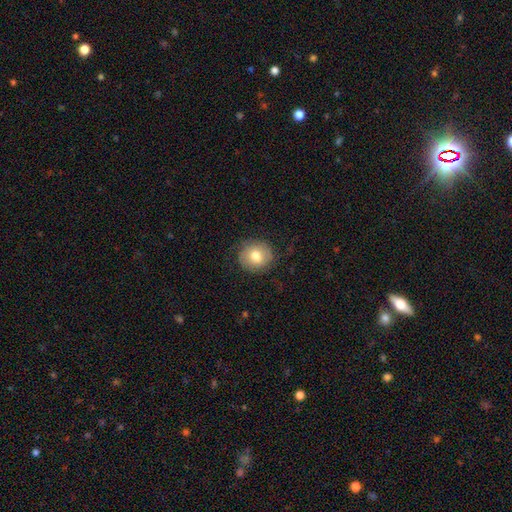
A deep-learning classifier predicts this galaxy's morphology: Smooth or featured: smooth — 66% (featured or disk — 26%)
How rounded: round — 84% (in between — 15%)
Merging: none — 78% (minor disturbance — 15%)